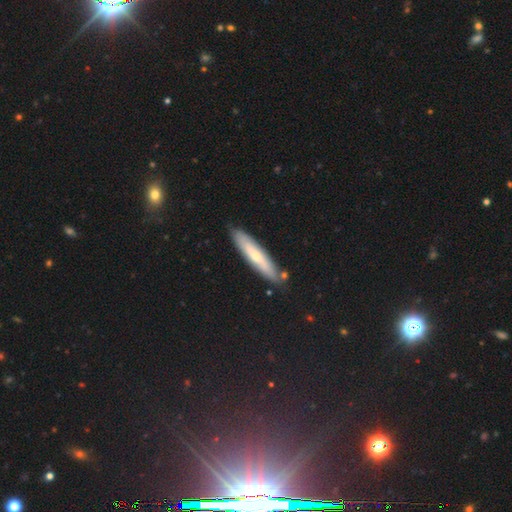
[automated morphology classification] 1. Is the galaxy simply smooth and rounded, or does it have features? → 53% smooth, 41% featured or disk, 6% star or artifact.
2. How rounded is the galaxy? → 87% cigar-shaped, 12% in between, 1% round.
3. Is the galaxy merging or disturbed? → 84% none, 11% minor disturbance, 3% merger, 2% major disturbance.